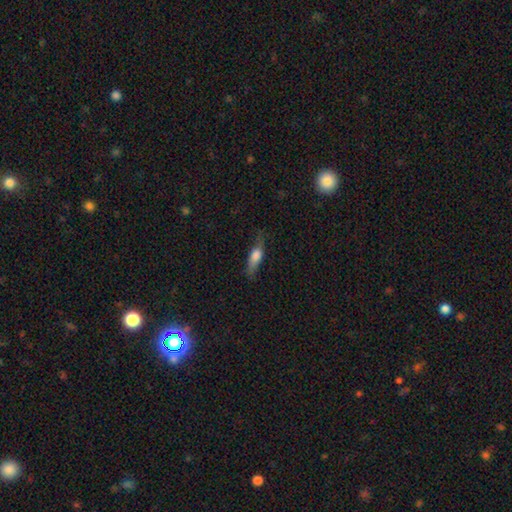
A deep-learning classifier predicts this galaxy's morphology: Smooth or featured: smooth — 66% (featured or disk — 26%)
How rounded: cigar-shaped — 49% (in between — 48%)
Merging: none — 64% (minor disturbance — 26%)